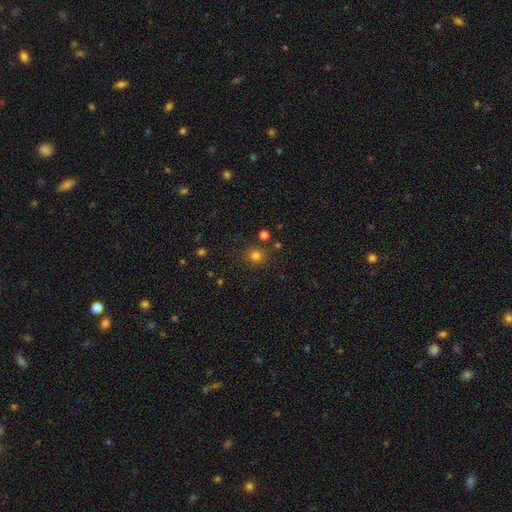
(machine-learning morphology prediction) This is likely a smooth galaxy (79%). How rounded: clearly round (88%). Merging: clearly none (83%).